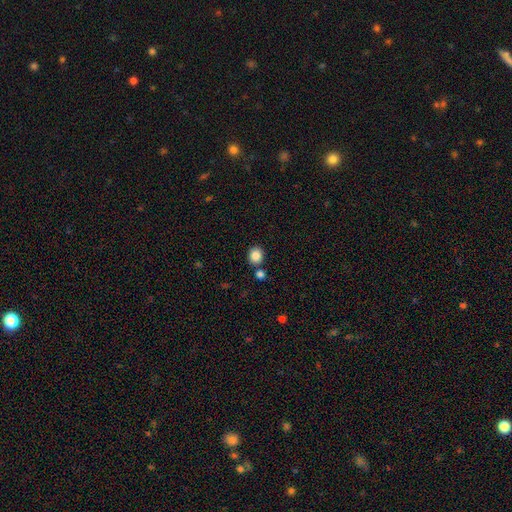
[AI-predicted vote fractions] smooth_or_featured: smooth (p=0.87) [alt: star or artifact p=0.10]
how_rounded: round (p=0.77) [alt: in between p=0.22]
merging: none (p=0.79) [alt: merger p=0.10]